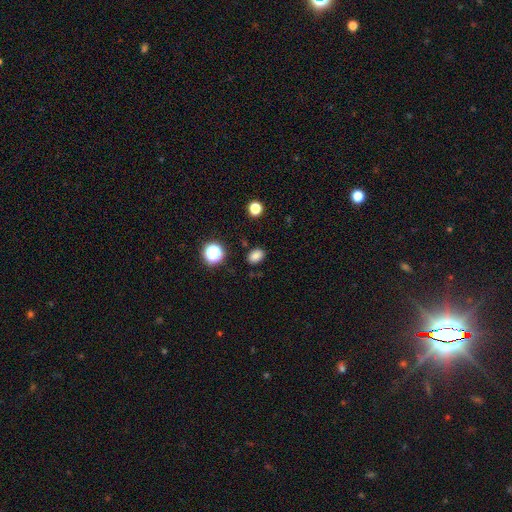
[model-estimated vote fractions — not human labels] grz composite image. It shows a smooth galaxy with no disk features (82%) that is in between round and cigar-shaped (75%). Merging: none (85%).